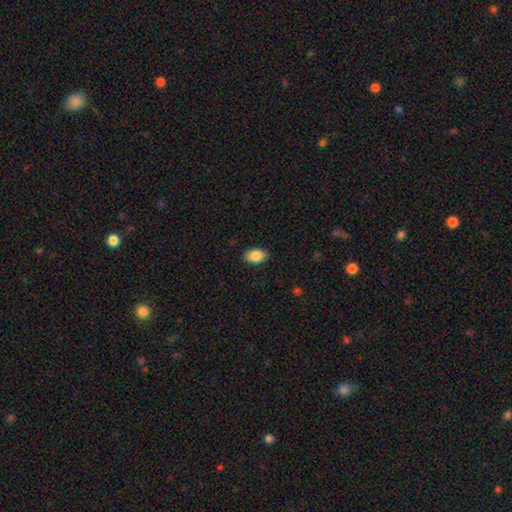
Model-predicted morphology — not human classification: The model was most divided on "merging": none: 87%, minor disturbance: 10%, major disturbance: 2%, merger: 1%. More confident: how rounded — in between (88%); smooth or featured — smooth (88%).